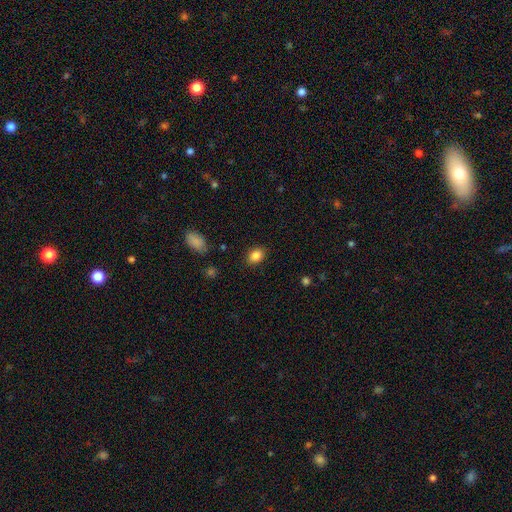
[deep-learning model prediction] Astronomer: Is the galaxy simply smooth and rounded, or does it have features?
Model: smooth — 86%.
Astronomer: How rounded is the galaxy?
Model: in between — 68%.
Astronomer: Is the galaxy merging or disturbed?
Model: none — 87%.